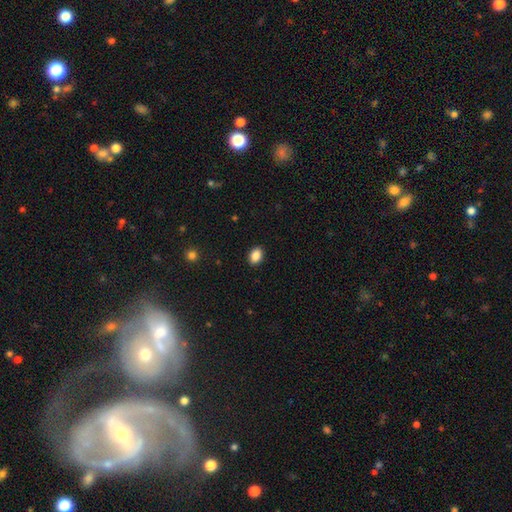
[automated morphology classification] Smooth or featured: smooth — 88% (star or artifact — 9%)
How rounded: in between — 80% (round — 19%)
Merging: none — 90% (minor disturbance — 7%)